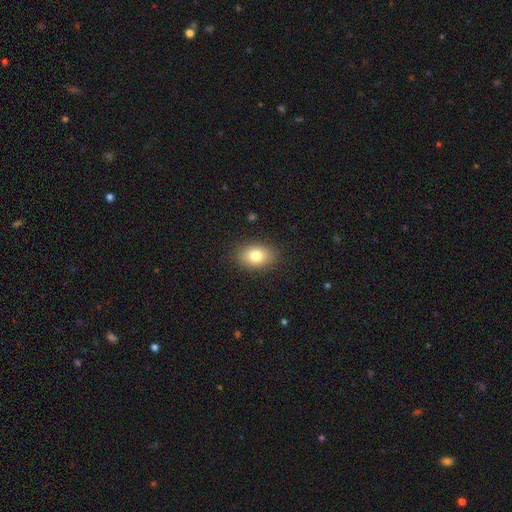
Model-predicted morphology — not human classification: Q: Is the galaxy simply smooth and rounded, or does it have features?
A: smooth — 81%.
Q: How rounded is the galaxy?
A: in between — 76%.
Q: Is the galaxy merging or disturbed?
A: none — 88%.